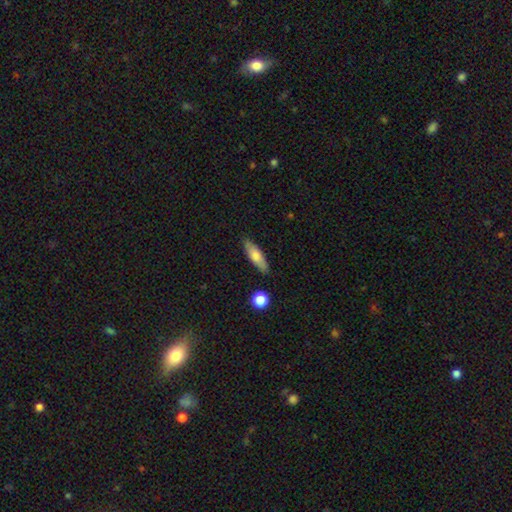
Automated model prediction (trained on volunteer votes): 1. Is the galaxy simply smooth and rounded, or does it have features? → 69% smooth, 24% featured or disk, 6% star or artifact.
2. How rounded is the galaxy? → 52% cigar-shaped, 45% in between, 2% round.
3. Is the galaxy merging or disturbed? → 83% none, 12% minor disturbance, 2% major disturbance, 2% merger.